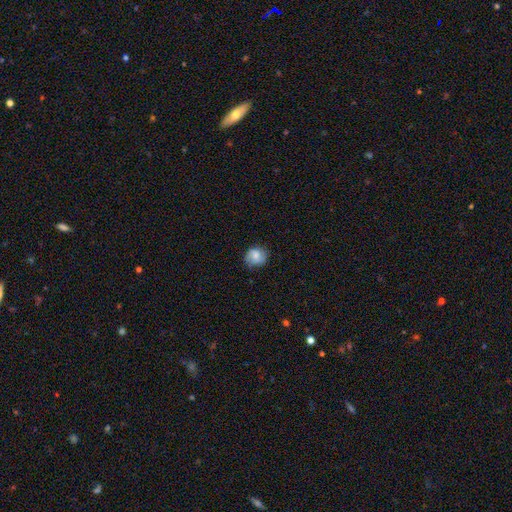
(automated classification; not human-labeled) Smooth or featured? smooth (66%)
How rounded? round (75%)
Merging? none (74%)